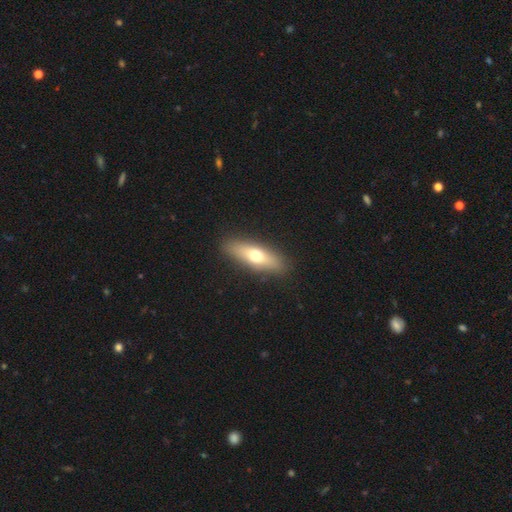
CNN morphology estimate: smooth_or_featured: smooth (p=0.61) [alt: featured or disk p=0.33]
how_rounded: cigar-shaped (p=0.56) [alt: in between p=0.41]
merging: none (p=0.89) [alt: minor disturbance p=0.08]